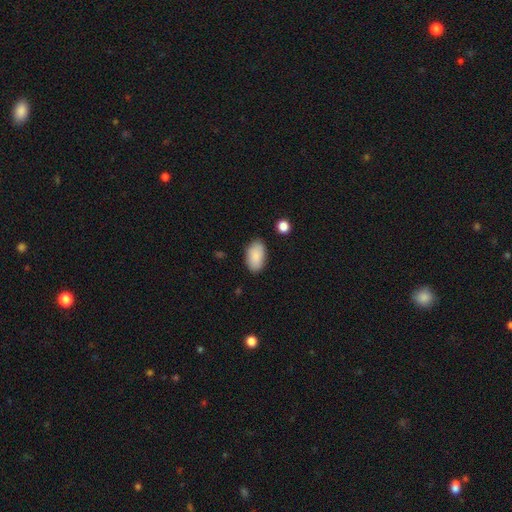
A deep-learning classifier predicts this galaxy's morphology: smooth_or_featured: smooth (p=0.89) [alt: star or artifact p=0.06]
how_rounded: in between (p=0.95) [alt: round p=0.04]
merging: none (p=0.84) [alt: minor disturbance p=0.12]